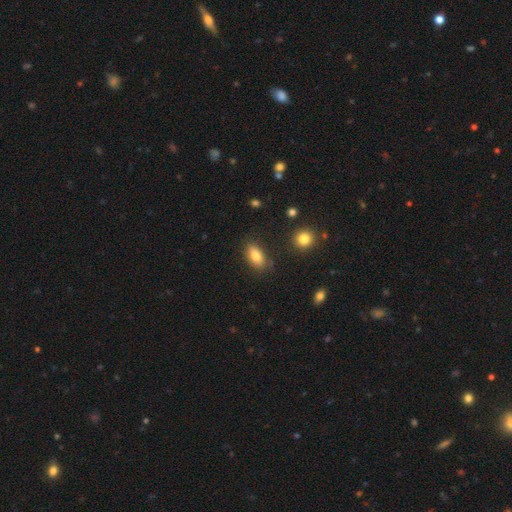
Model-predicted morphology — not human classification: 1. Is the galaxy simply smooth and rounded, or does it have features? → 82% smooth, 10% featured or disk, 8% star or artifact.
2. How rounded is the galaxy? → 89% in between, 6% round, 5% cigar-shaped.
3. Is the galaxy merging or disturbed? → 81% none, 13% minor disturbance, 3% major disturbance, 2% merger.